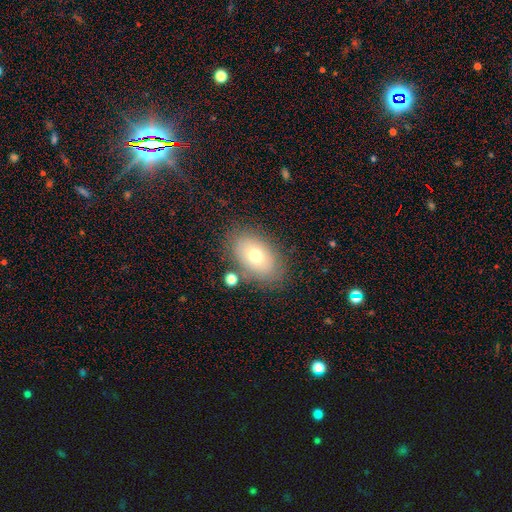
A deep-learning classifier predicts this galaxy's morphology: A smooth galaxy with no disk features (68%) that is in between round and cigar-shaped (88%).

Vote fractions:
- Smooth or featured? smooth: 68% / featured or disk: 22% / star or artifact: 10%
- How rounded? in between: 88% / round: 11% / cigar-shaped: 1%
- Merging? none: 78% / minor disturbance: 13% / merger: 5% / major disturbance: 4%